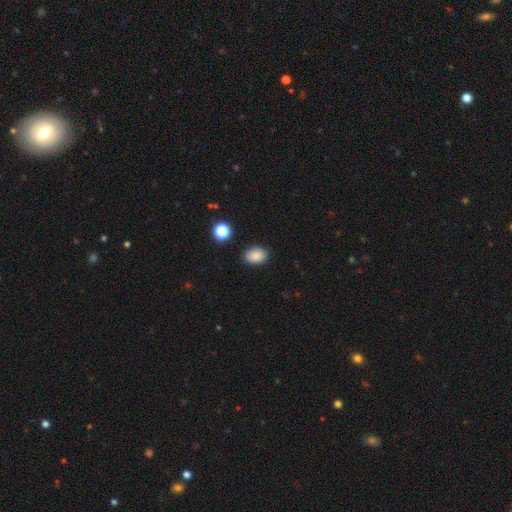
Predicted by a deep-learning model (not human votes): Overall: smooth (86%). How rounded: in between (78%). Merging: none (87%).